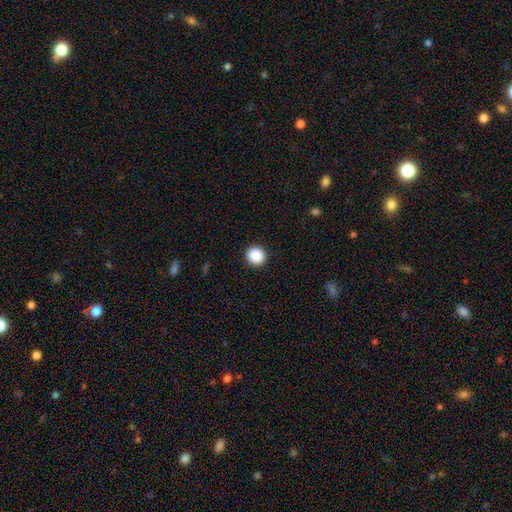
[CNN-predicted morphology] Smooth or featured: smooth — 89% (star or artifact — 9%)
How rounded: round — 91% (in between — 8%)
Merging: none — 93% (minor disturbance — 5%)